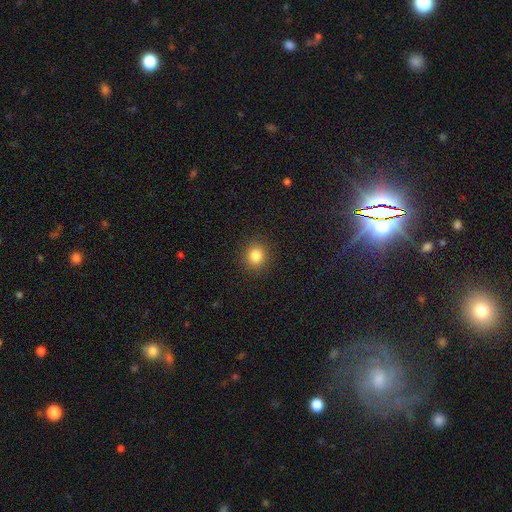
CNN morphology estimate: A smooth galaxy with no disk features (84%) that is round (86%). Merging: none (90%).